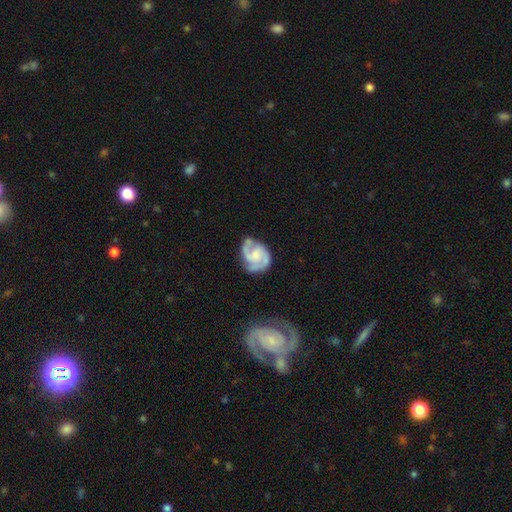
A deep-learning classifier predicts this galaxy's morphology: A featured or disk galaxy (85%) with no bar (57%), 2 (60%) medium (52%) spiral arms (97%) and a small central bulge (49%).

Vote fractions:
- Smooth or featured? featured or disk: 85% / smooth: 10% / star or artifact: 5%
- Edge-on disk? no: 98% / yes: 2%
- Bar? no: 57% / weak: 35% / strong: 7%
- Spiral arms? yes: 97% / no: 3%
- Spiral winding? medium: 52% / tight: 35% / loose: 13%
- Spiral arm count? 2: 60% / 3: 26% / can't tell: 7% / 1: 3% / 4: 3% / more than 4: 2%
- Bulge size? small: 49% / moderate: 31% / none: 16% / large: 3% / dominant: 1%
- Merging? none: 66% / minor disturbance: 22% / major disturbance: 9% / merger: 3%